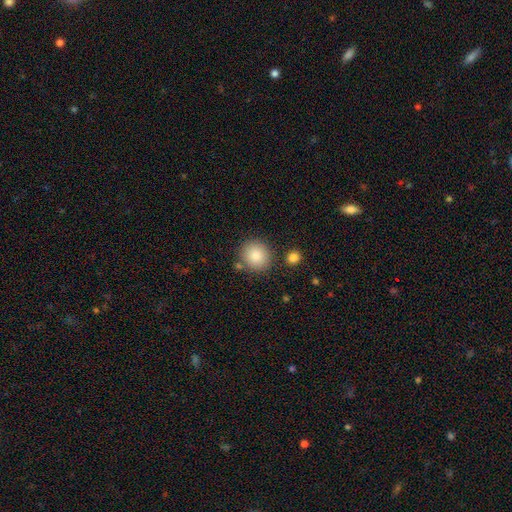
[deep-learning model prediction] Smooth or featured? Predicted: smooth (p=0.84). How rounded? Predicted: round (p=0.88). Merging? Predicted: none (p=0.82).